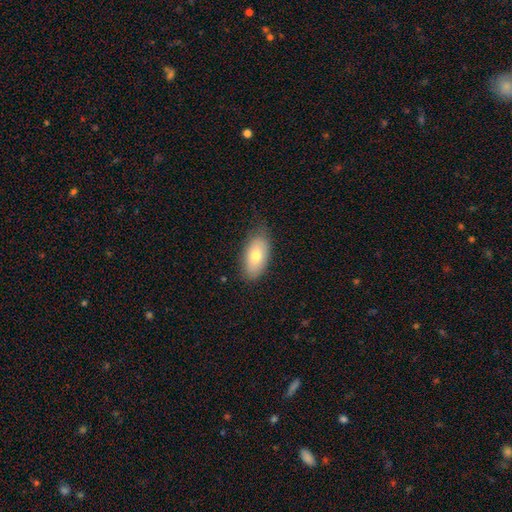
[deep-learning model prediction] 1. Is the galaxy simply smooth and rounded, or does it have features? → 73% smooth, 20% featured or disk, 7% star or artifact.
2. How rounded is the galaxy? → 92% in between, 4% round, 4% cigar-shaped.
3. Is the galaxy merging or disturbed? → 76% none, 19% minor disturbance, 4% major disturbance, 1% merger.